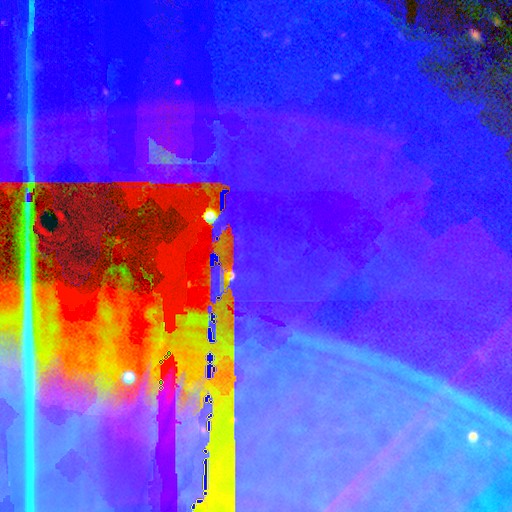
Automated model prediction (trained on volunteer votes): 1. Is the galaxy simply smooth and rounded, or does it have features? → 86% star or artifact, 8% featured or disk, 6% smooth.